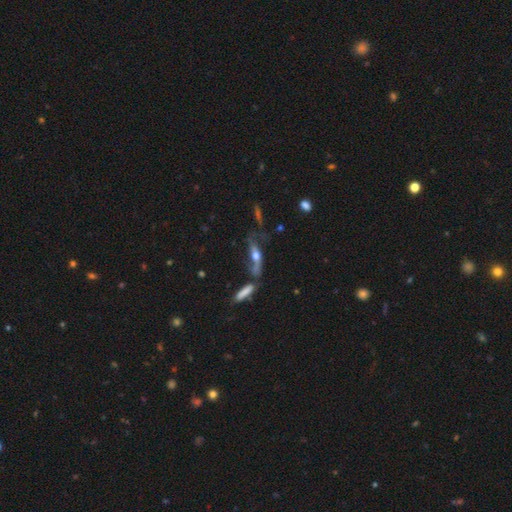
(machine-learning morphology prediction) Q: Smooth or featured?
A: featured or disk (53%); runner-up: smooth (37%)
Q: Edge-on disk?
A: yes (69%); runner-up: no (31%)
Q: Merging?
A: none (43%); runner-up: merger (21%)